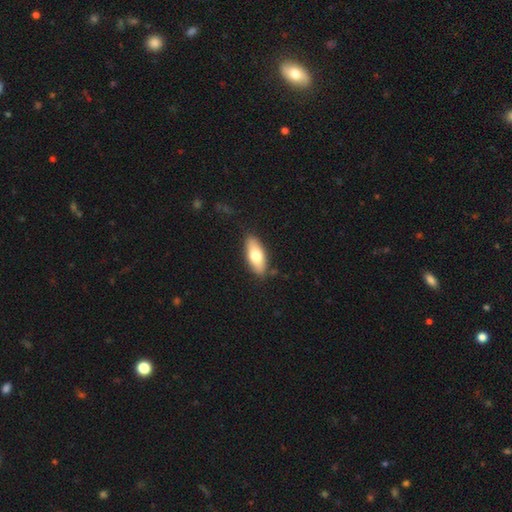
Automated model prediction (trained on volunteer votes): Smooth or featured?
  - smooth: 70% *
  - featured or disk: 24%
  - star or artifact: 6%
How rounded?
  - in between: 79% *
  - cigar-shaped: 19%
  - round: 3%
Merging?
  - none: 86% *
  - minor disturbance: 10%
  - major disturbance: 2%
  - merger: 2%